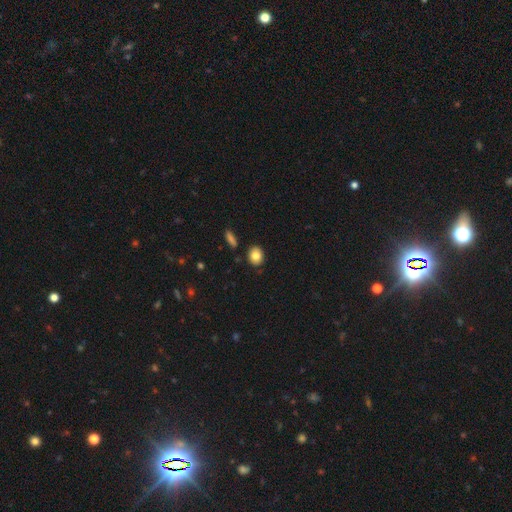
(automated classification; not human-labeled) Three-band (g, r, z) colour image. It shows a smooth galaxy with no disk features (83%) that is round (57%). Merging: none (85%).